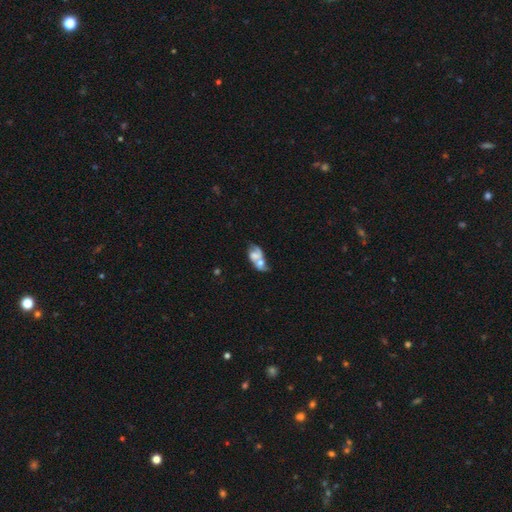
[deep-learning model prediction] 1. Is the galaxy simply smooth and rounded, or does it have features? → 53% featured or disk, 38% smooth, 10% star or artifact.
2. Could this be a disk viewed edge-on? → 96% no, 4% yes.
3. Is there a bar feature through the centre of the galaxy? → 73% no, 21% weak, 6% strong.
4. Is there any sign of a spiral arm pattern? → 59% yes, 41% no.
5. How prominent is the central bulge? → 38% moderate, 23% small, 19% none, 17% large, 4% dominant.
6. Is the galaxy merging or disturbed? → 64% merger, 15% none, 12% major disturbance, 9% minor disturbance.